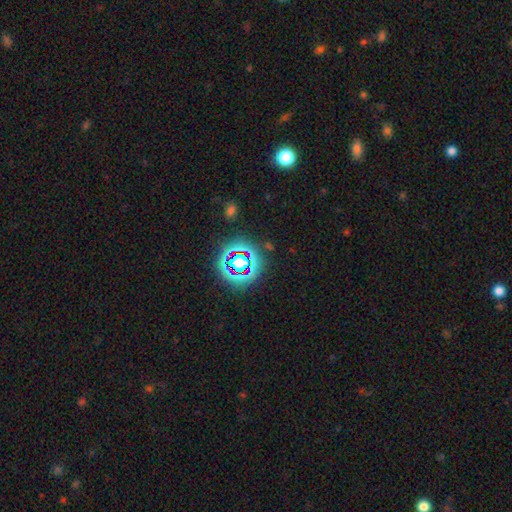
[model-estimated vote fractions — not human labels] Morphology: type=star or artifact (73%).